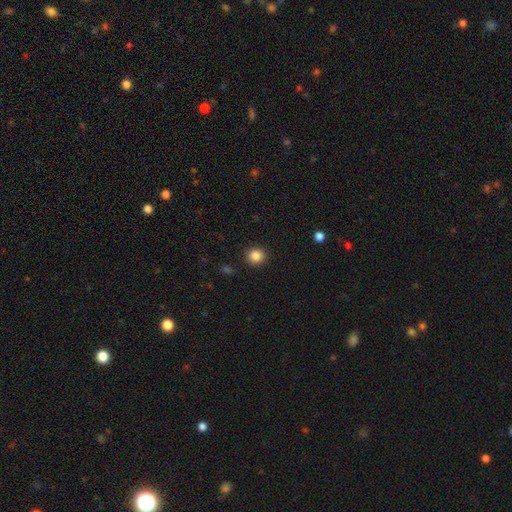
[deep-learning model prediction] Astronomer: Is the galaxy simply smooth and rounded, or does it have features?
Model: smooth — 85%.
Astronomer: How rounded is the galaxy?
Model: round — 90%.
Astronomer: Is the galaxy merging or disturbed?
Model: none — 91%.